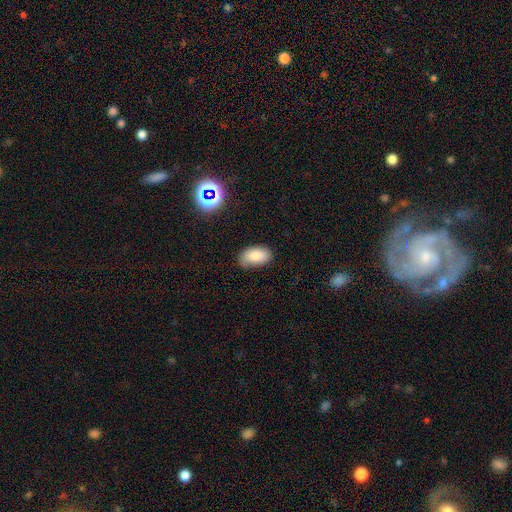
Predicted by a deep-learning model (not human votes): Q: Smooth or featured?
A: smooth (84%); runner-up: star or artifact (9%)
Q: How rounded?
A: in between (94%); runner-up: round (5%)
Q: Merging?
A: none (71%); runner-up: minor disturbance (22%)